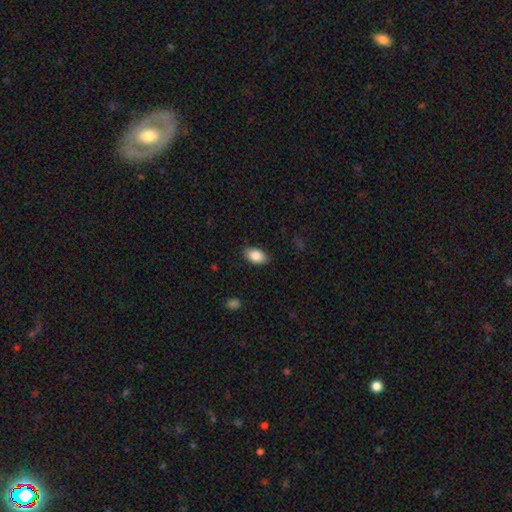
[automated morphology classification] smooth 87%, star or artifact 7%, featured or disk 6%. Down the decision tree: how rounded — in between (91%); merging — none (84%).